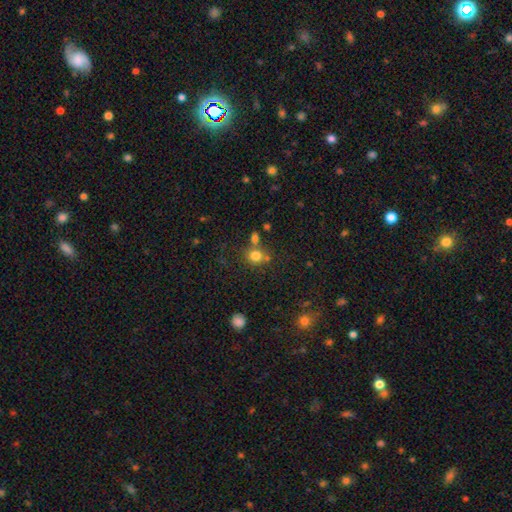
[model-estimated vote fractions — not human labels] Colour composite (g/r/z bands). It shows a smooth galaxy with no disk features (79%) that is round (79%). Merging: none (62%).